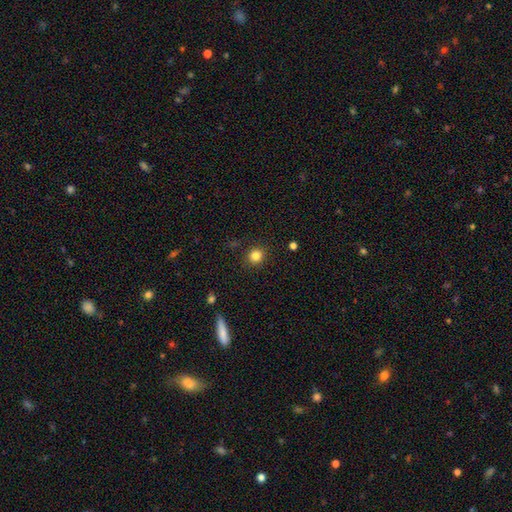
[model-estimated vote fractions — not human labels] Overall: smooth (83%). How rounded: round (87%). Merging: none (89%).